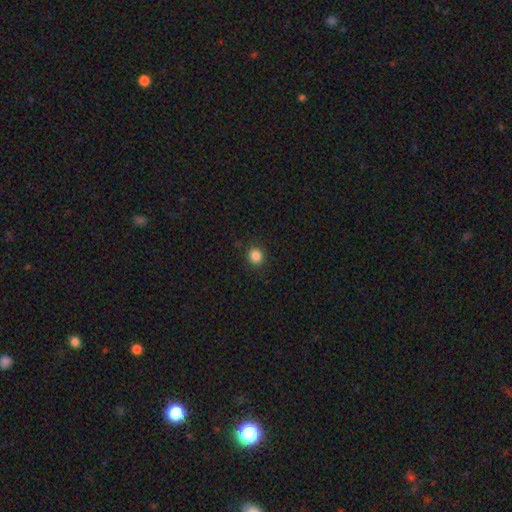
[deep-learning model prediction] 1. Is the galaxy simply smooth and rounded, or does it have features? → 85% smooth, 11% star or artifact, 4% featured or disk.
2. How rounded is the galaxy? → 85% round, 14% in between, 1% cigar-shaped.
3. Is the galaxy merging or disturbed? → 90% none, 6% minor disturbance, 2% major disturbance, 1% merger.